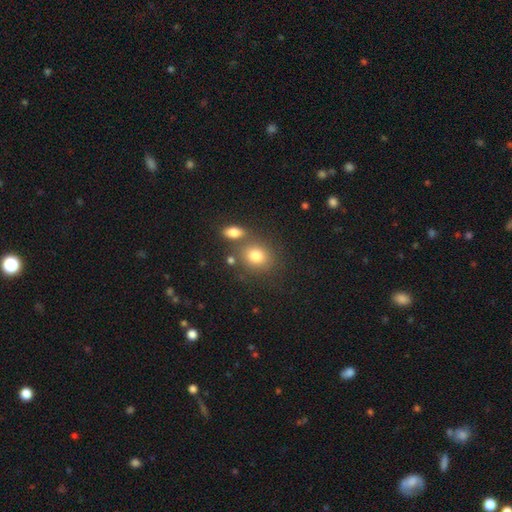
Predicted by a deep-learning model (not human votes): Overall: smooth (80%). How rounded: round (61%; in between 38%). Merging: none (64%).